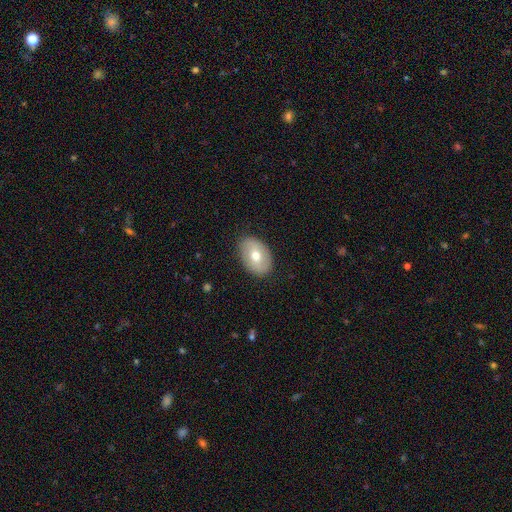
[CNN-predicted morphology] smooth_or_featured: smooth (p=0.64) [alt: featured or disk p=0.29]
how_rounded: in between (p=0.83) [alt: round p=0.16]
merging: none (p=0.84) [alt: minor disturbance p=0.12]